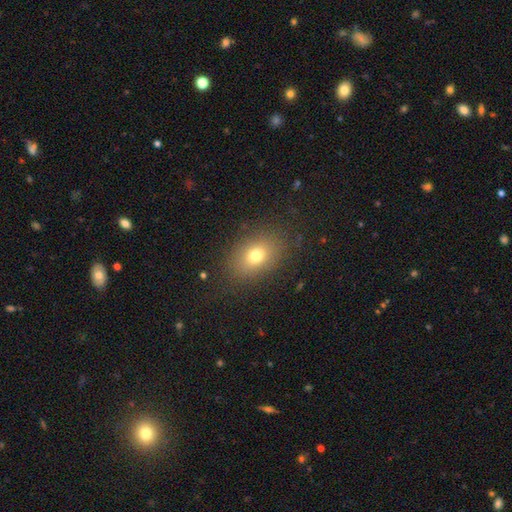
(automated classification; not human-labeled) Smooth or featured: smooth — 74% (star or artifact — 13%)
How rounded: in between — 73% (round — 26%)
Merging: none — 84% (minor disturbance — 10%)